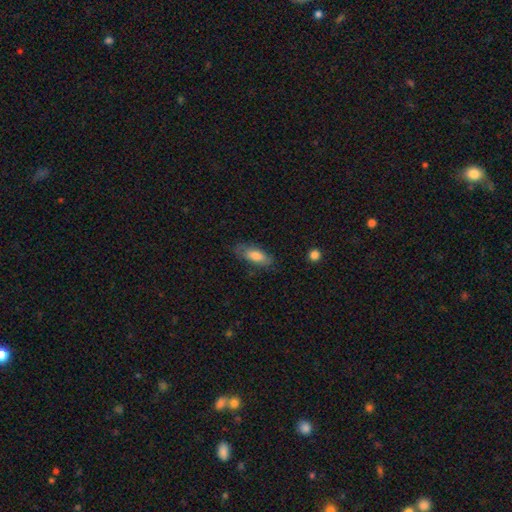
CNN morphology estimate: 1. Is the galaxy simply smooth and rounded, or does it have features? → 72% smooth, 22% featured or disk, 6% star or artifact.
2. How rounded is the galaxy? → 75% in between, 23% cigar-shaped, 2% round.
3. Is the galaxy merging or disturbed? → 70% none, 21% minor disturbance, 7% major disturbance, 2% merger.